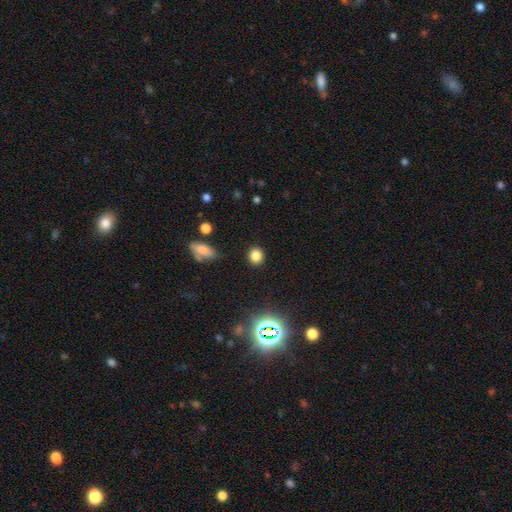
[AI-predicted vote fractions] smooth-or-featured: smooth: 80% | star or artifact: 14% | featured or disk: 5%
  how-rounded: round: 77% | in between: 22% | cigar-shaped: 1%
  merging: none: 89% | minor disturbance: 7% | major disturbance: 2% | merger: 2%